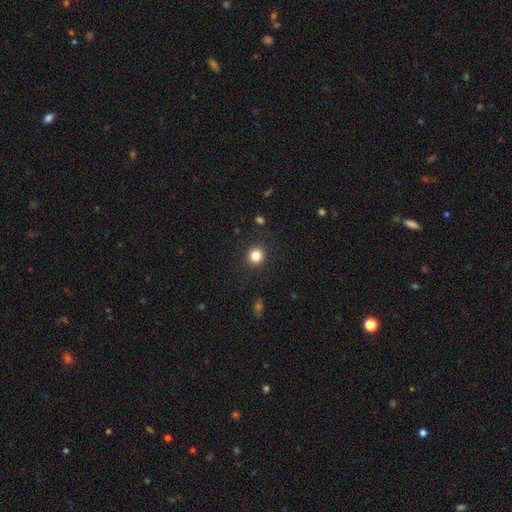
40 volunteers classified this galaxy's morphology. Smooth or featured: smooth — 88% (star or artifact — 8%)
How rounded: round — 89% (in between — 9%)
Merging: none — 95% (major disturbance — 3%)